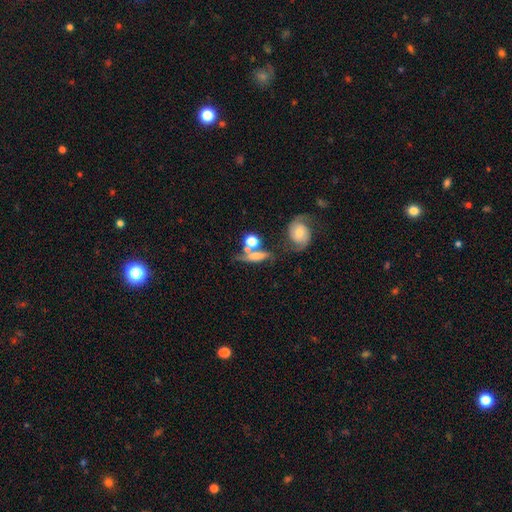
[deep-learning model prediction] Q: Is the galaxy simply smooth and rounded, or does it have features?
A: smooth — 51%.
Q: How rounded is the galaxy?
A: cigar-shaped — 51%.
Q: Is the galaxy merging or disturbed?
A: none — 45%.